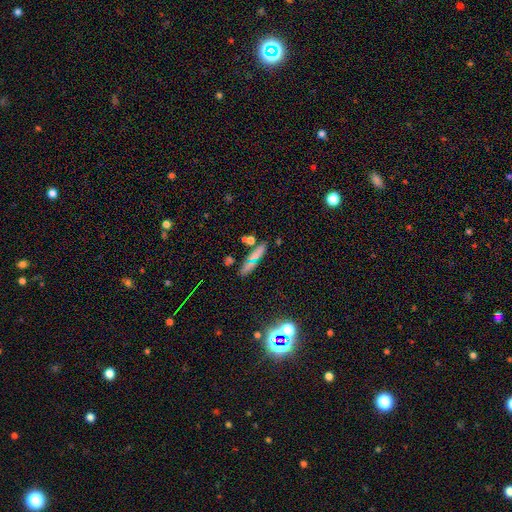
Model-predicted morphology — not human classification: This appears to be a smooth galaxy with no disk features (53%) that is cigar-shaped (81%). Merging: none (74%).